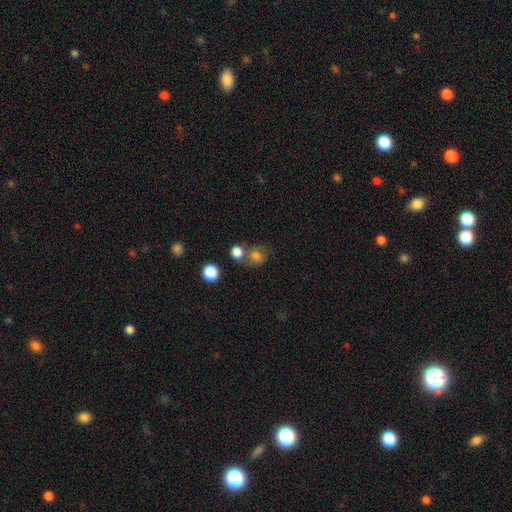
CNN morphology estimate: Smooth or featured?
  - smooth: 75% *
  - star or artifact: 14%
  - featured or disk: 11%
How rounded?
  - round: 73% *
  - in between: 26%
  - cigar-shaped: 1%
Merging?
  - none: 51% *
  - merger: 28%
  - minor disturbance: 13%
  - major disturbance: 7%